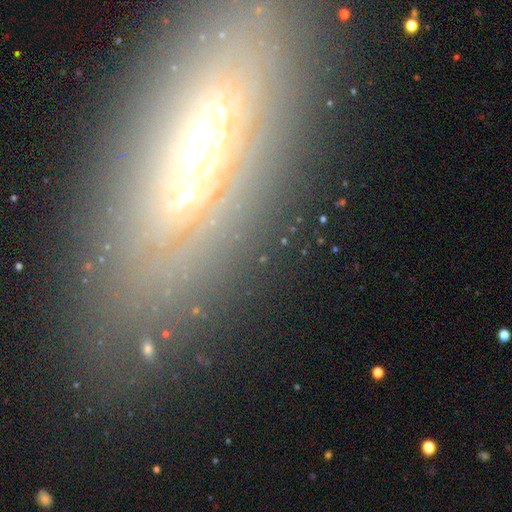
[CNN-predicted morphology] Smooth or featured? featured or disk (61%)
Edge-on disk? yes (53%)
Merging? none (79%)